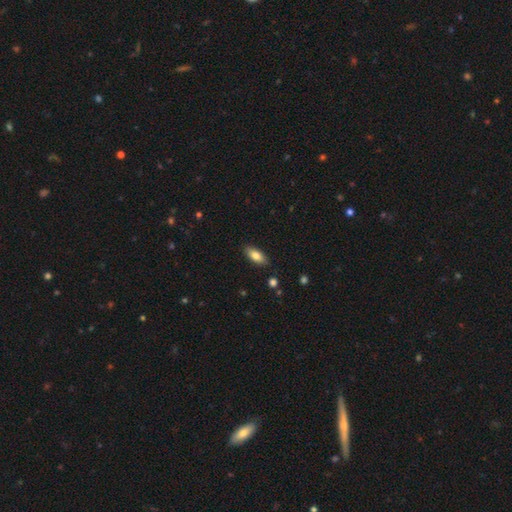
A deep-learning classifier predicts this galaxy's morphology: Smooth or featured? smooth (82%)
How rounded? in between (86%)
Merging? none (86%)